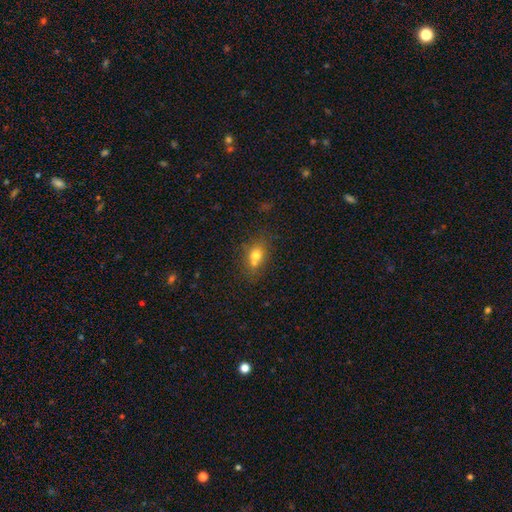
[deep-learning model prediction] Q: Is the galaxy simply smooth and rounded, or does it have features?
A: smooth — 71%.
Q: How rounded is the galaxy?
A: in between — 51%.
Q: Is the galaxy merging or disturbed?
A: none — 51%.